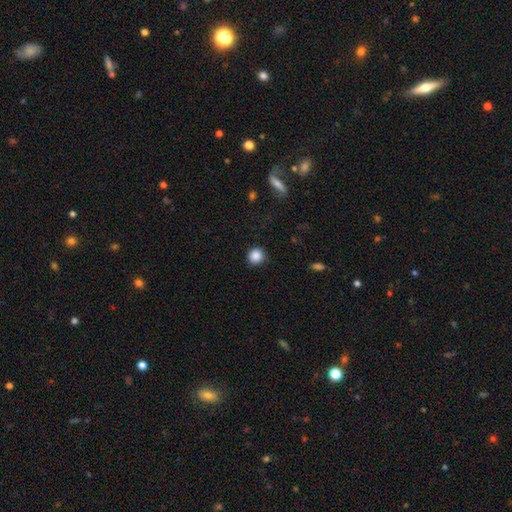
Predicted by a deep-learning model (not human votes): This appears to be a smooth galaxy with no disk features (87%) that is round (92%). Merging: none (89%).